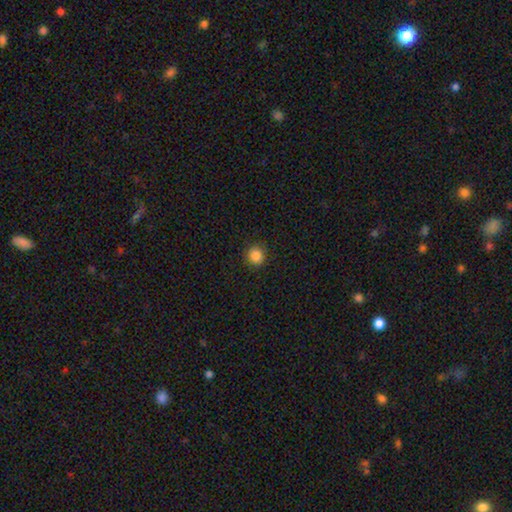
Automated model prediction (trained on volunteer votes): Smooth or featured? smooth (86%)
How rounded? round (92%)
Merging? none (90%)